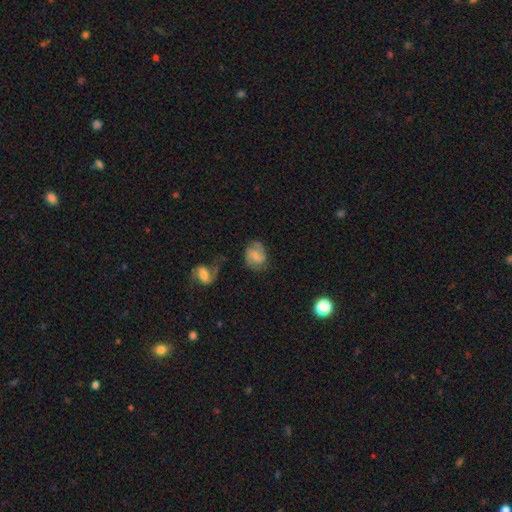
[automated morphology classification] This is likely a featured or disk galaxy (62%). It is clearly not viewed edge-on (97%). Bar: possibly weak (51%). Spiral arm pattern: clearly yes (91%). Spiral arm count: clearly 2 (81%). Spiral winding: possibly medium (48%). Central bulge: marginally none (37%). Merging: likely none (62%).